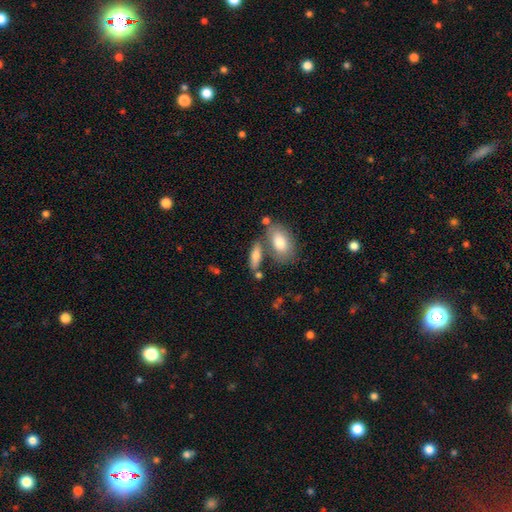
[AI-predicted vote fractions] Smooth or featured? smooth (71%)
How rounded? in between (66%)
Merging? none (55%)